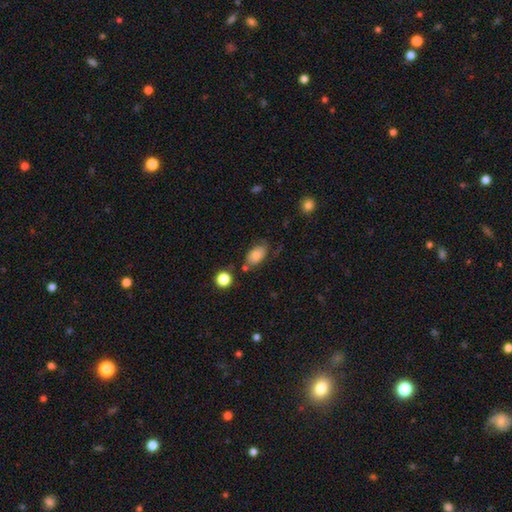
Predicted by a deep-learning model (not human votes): Smooth or featured? smooth (75%)
How rounded? in between (89%)
Merging? none (57%)